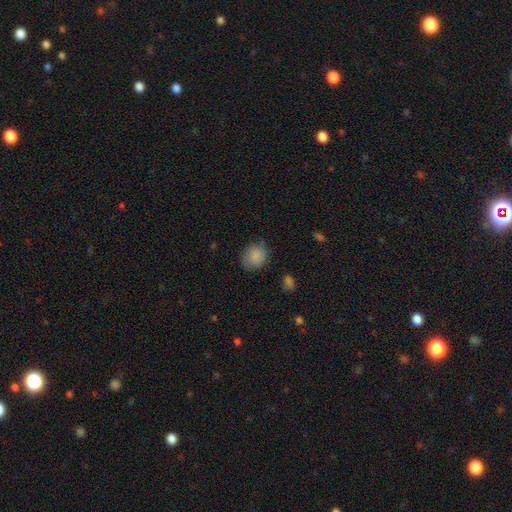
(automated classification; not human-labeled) Overall: smooth (84%). How rounded: round (69%; in between 30%). Merging: none (73%).